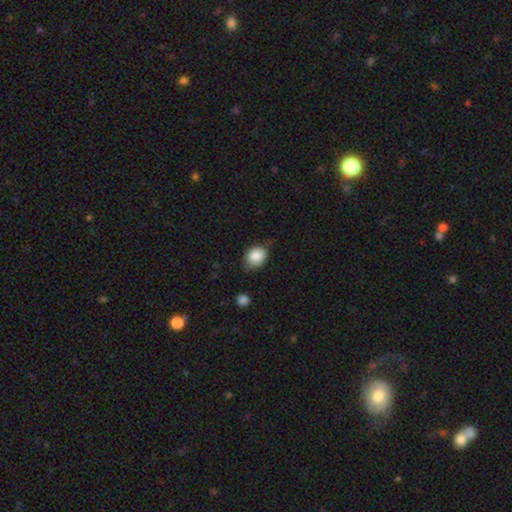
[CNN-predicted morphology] Q: Smooth or featured?
A: smooth (86%); runner-up: star or artifact (8%)
Q: How rounded?
A: in between (50%); runner-up: round (49%)
Q: Merging?
A: none (60%); runner-up: minor disturbance (32%)